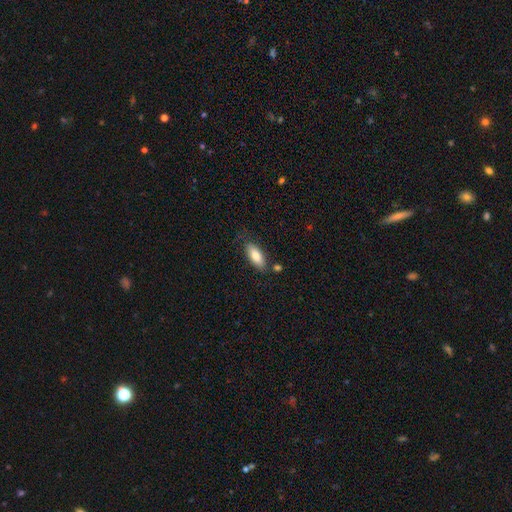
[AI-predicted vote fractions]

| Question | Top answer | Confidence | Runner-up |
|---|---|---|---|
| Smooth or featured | smooth | 81% | featured or disk (12%) |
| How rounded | in between | 83% | cigar-shaped (15%) |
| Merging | none | 76% | minor disturbance (16%) |